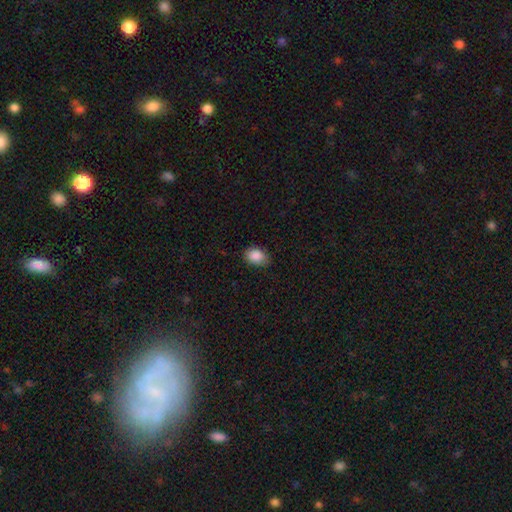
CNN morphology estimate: Smooth or featured?
  - smooth: 89% *
  - star or artifact: 8%
  - featured or disk: 4%
How rounded?
  - in between: 78% *
  - round: 21%
  - cigar-shaped: 1%
Merging?
  - none: 80% *
  - minor disturbance: 16%
  - major disturbance: 3%
  - merger: 1%